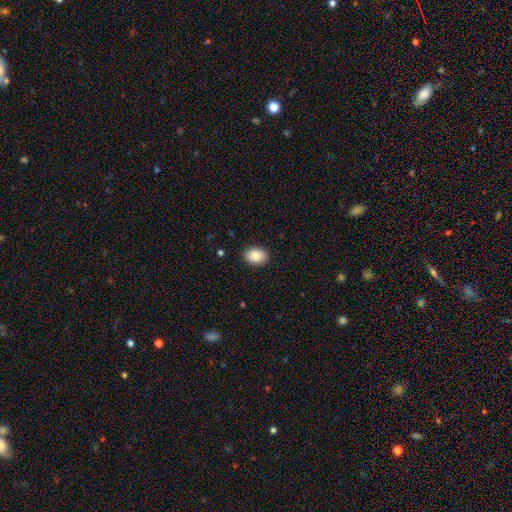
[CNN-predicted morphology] smooth 87%, star or artifact 8%, featured or disk 5%. Down the decision tree: how rounded — in between (75%); merging — none (90%).